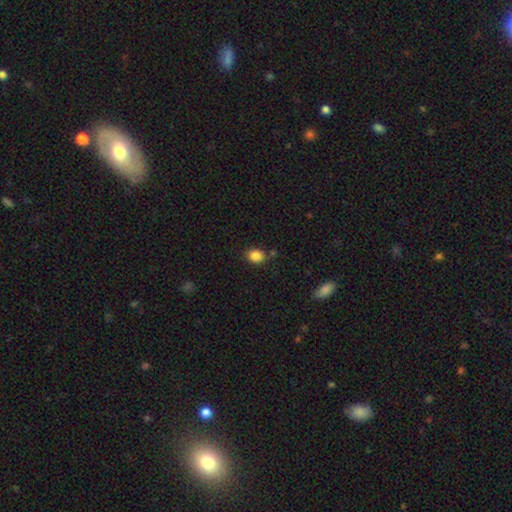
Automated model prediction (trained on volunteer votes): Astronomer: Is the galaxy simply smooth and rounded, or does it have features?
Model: smooth — 86%.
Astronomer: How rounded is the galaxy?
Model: round — 52% (runner-up: in between, 47%).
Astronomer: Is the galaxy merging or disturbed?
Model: none — 78%.